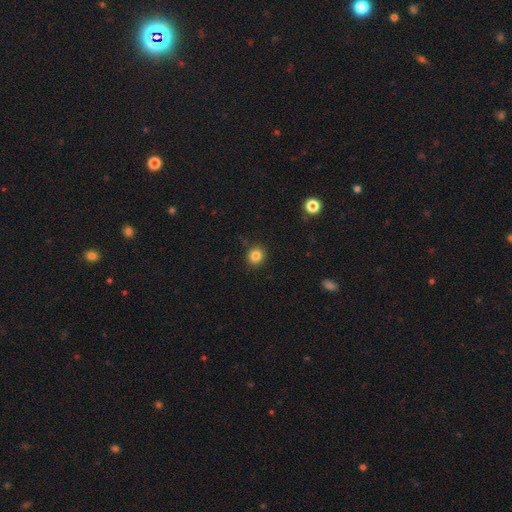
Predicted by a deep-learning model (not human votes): smooth 84%, star or artifact 11%, featured or disk 5%. Down the decision tree: how rounded — round (84%); merging — none (90%).